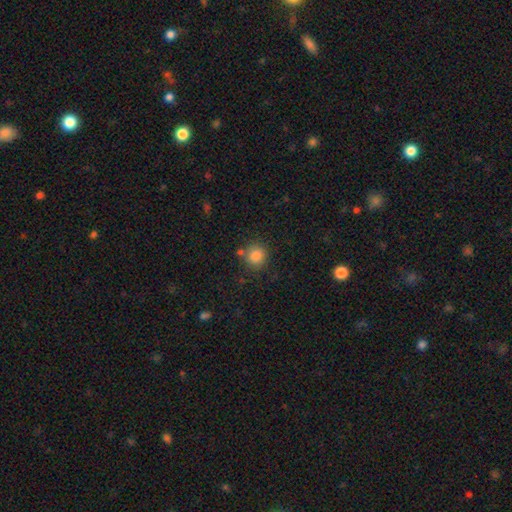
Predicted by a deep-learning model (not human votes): Morphology: type=smooth (85%); roundness=round (86%); merging=none (77%).